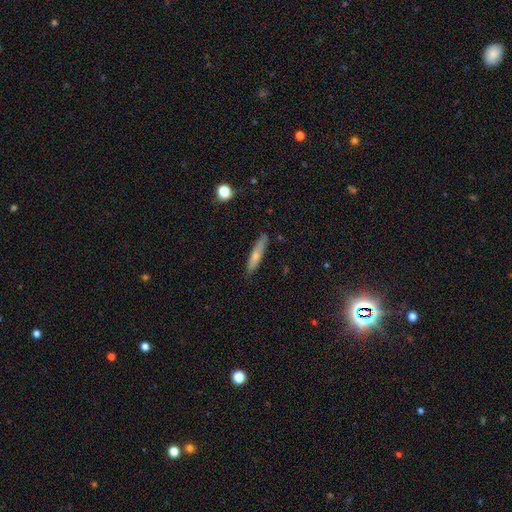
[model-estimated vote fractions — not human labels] The model was most divided on "smooth or featured": smooth: 64%, featured or disk: 30%, star or artifact: 6%. More confident: how rounded — cigar-shaped (87%); merging — none (84%).